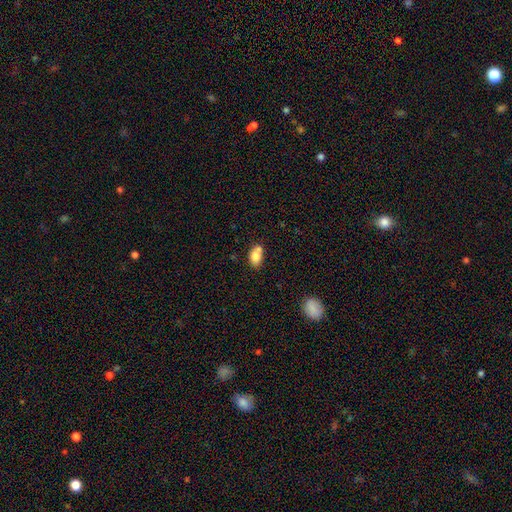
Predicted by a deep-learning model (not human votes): smooth 80%, featured or disk 11%, star or artifact 9%. Down the decision tree: how rounded — in between (83%); merging — none (53%).